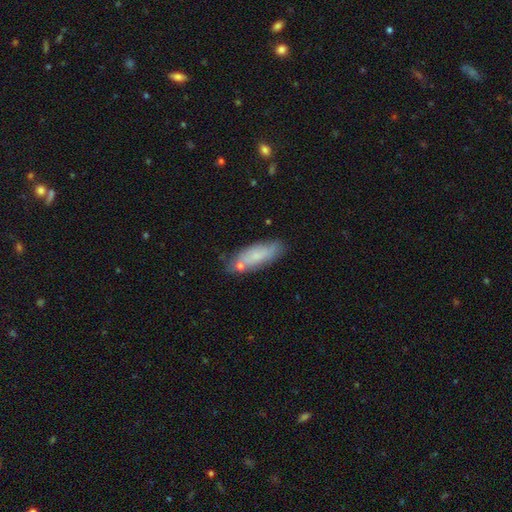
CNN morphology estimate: Smooth or featured?
  - smooth: 69% *
  - featured or disk: 24%
  - star or artifact: 7%
How rounded?
  - in between: 58% *
  - cigar-shaped: 40%
  - round: 2%
Merging?
  - none: 68% *
  - minor disturbance: 19%
  - merger: 8%
  - major disturbance: 5%